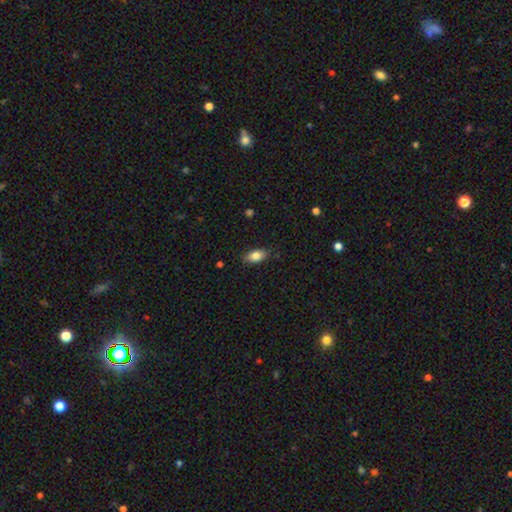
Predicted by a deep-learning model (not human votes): Q: Smooth or featured?
A: smooth (83%); runner-up: featured or disk (9%)
Q: How rounded?
A: in between (89%); runner-up: round (6%)
Q: Merging?
A: none (83%); runner-up: minor disturbance (14%)